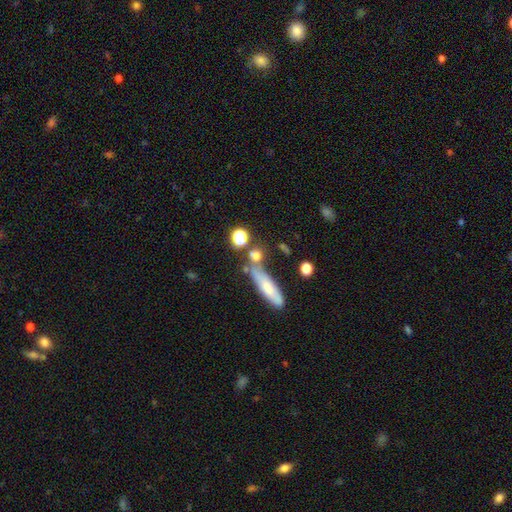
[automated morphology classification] type=smooth (67%); roundness=round (52%); merging=none (58%).